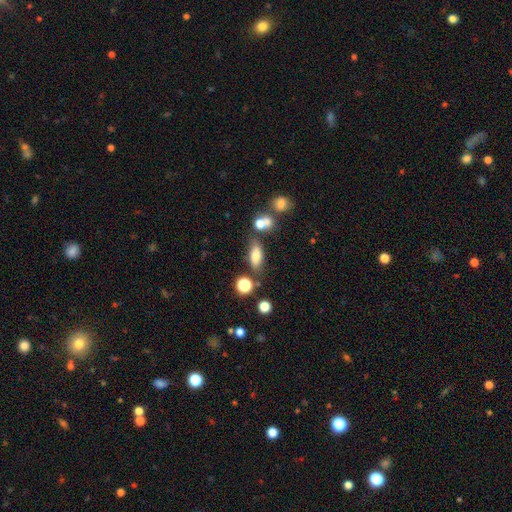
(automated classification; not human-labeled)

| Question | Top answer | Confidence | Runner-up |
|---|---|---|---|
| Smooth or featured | smooth | 74% | featured or disk (14%) |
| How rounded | in between | 76% | cigar-shaped (16%) |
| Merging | none | 68% | minor disturbance (15%) |